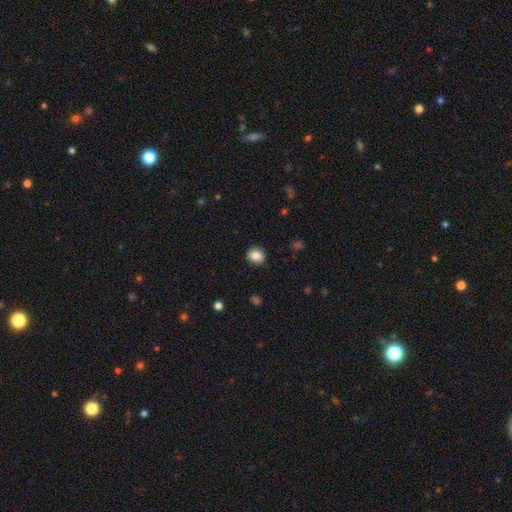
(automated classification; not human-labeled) smooth_or_featured: smooth (p=0.85) [alt: star or artifact p=0.09]
how_rounded: round (p=0.81) [alt: in between p=0.18]
merging: none (p=0.85) [alt: minor disturbance p=0.11]